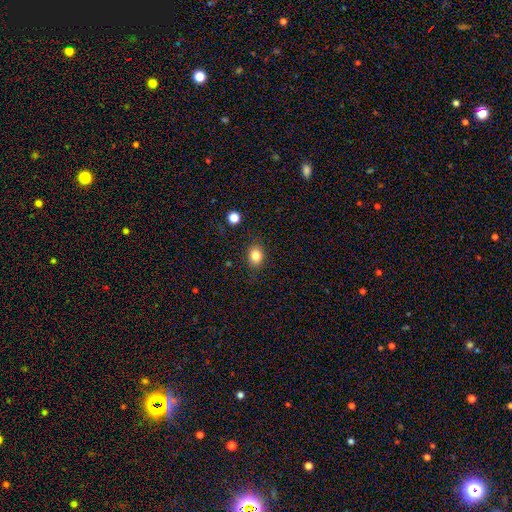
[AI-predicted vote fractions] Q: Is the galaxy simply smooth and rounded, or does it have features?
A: smooth — 82%.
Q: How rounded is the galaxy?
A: round — 51%.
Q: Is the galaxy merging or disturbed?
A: none — 86%.